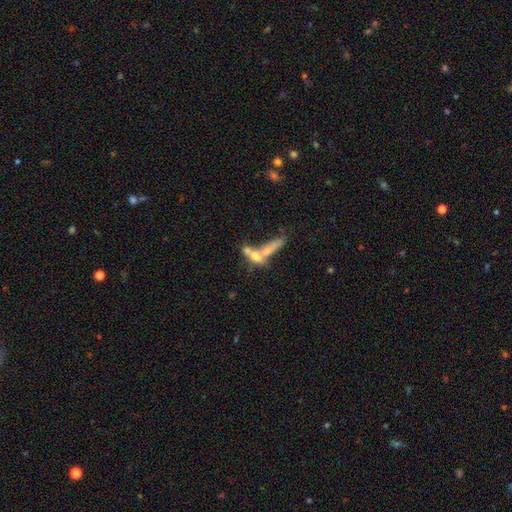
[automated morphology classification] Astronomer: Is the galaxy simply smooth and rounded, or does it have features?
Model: smooth — 54% (runner-up: featured or disk, 36%).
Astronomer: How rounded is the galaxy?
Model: in between — 50% (runner-up: cigar-shaped, 41%).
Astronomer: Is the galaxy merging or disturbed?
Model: merger — 61%.